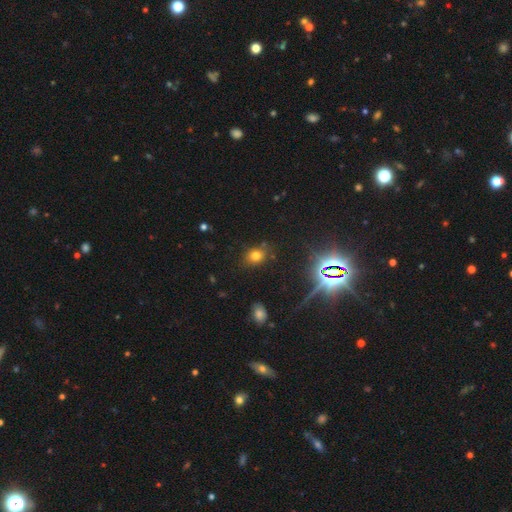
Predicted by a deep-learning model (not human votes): smooth_or_featured: smooth (p=0.72) [alt: star or artifact p=0.19]
how_rounded: round (p=0.51) [alt: in between p=0.47]
merging: none (p=0.79) [alt: minor disturbance p=0.14]